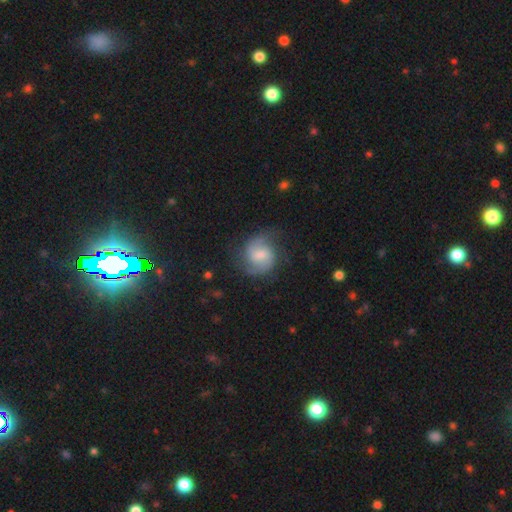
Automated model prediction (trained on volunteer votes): A featured or disk galaxy (71%) with a weak bar (58%), 2 (81%) medium (51%) spiral arms (93%) and a moderate central bulge (40%).

Vote fractions:
- Smooth or featured? featured or disk: 71% / smooth: 22% / star or artifact: 7%
- Edge-on disk? no: 98% / yes: 2%
- Bar? weak: 58% / no: 28% / strong: 15%
- Spiral arms? yes: 93% / no: 7%
- Spiral winding? medium: 51% / loose: 26% / tight: 23%
- Spiral arm count? 2: 81% / can't tell: 9% / 3: 4% / 1: 3% / 4: 2% / more than 4: 1%
- Bulge size? moderate: 40% / small: 37% / none: 12% / large: 9% / dominant: 2%
- Merging? none: 68% / minor disturbance: 19% / major disturbance: 11% / merger: 2%